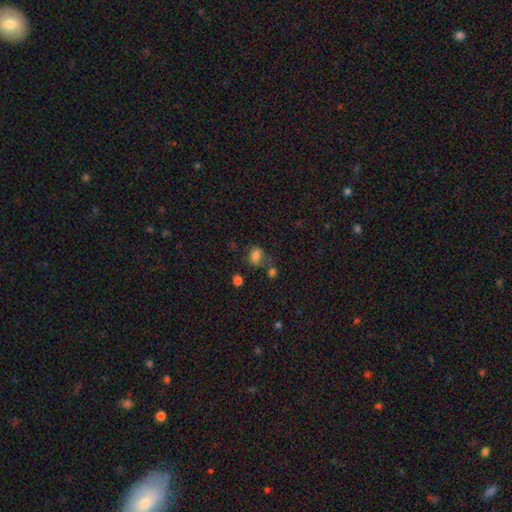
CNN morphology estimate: smooth 77%, star or artifact 14%, featured or disk 9%. Down the decision tree: how rounded — in between (69%); merging — none (50%).